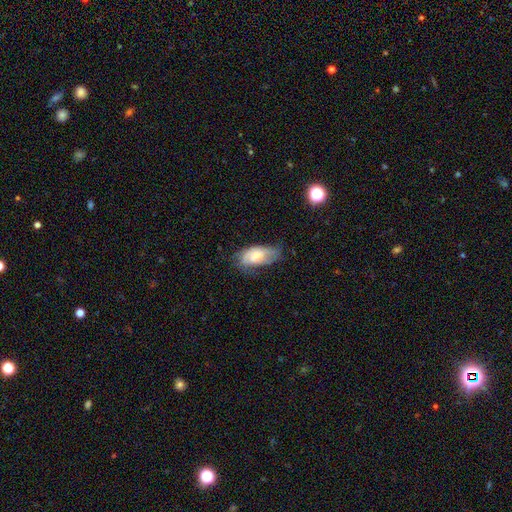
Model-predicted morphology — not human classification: Smooth or featured: smooth — 53% (featured or disk — 40%)
How rounded: in between — 91% (cigar-shaped — 5%)
Merging: none — 51% (minor disturbance — 34%)